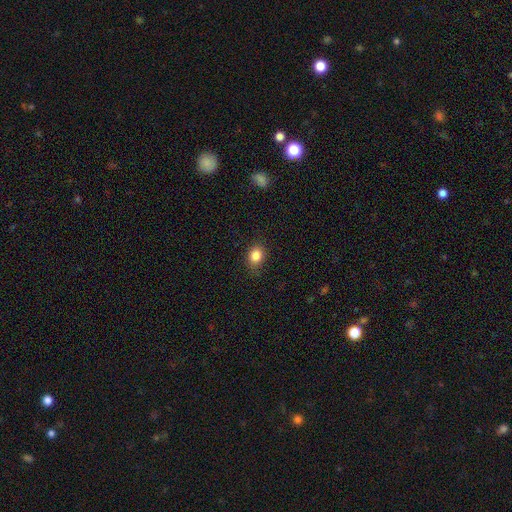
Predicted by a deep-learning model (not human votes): A smooth galaxy with no disk features (85%) that is in between round and cigar-shaped (52%). Merging: none (81%).